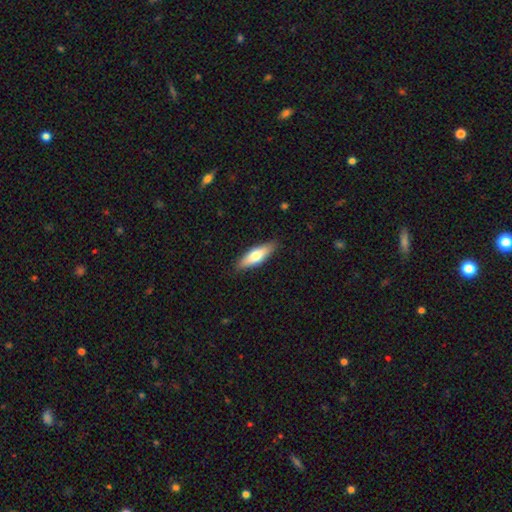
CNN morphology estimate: The model was most divided on "how rounded" (2-way tie): cigar-shaped: 49%, in between: 49%, round: 2%. More confident: merging — none (87%); smooth or featured — smooth (65%).